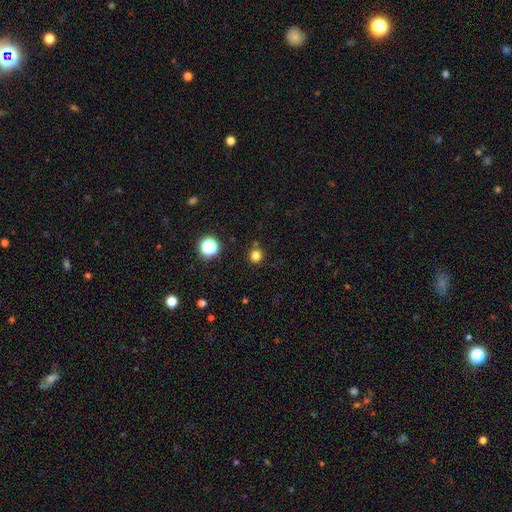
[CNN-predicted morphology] smooth_or_featured: smooth (p=0.79) [alt: star or artifact p=0.16]
how_rounded: round (p=0.90) [alt: in between p=0.09]
merging: none (p=0.85) [alt: minor disturbance p=0.08]